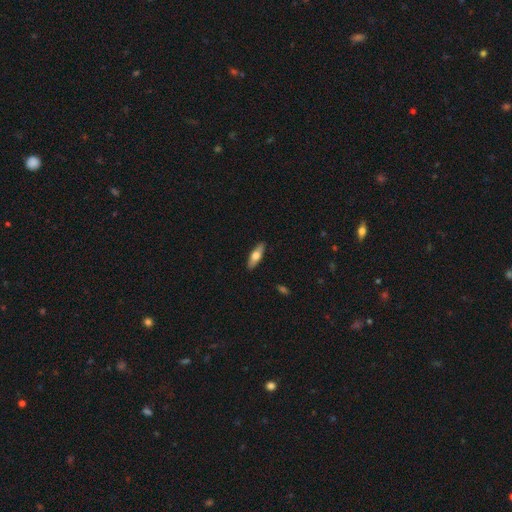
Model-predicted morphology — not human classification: Smooth or featured? Predicted: smooth (p=0.60). How rounded? Predicted: in between (p=0.58). Merging? Predicted: none (p=0.89).